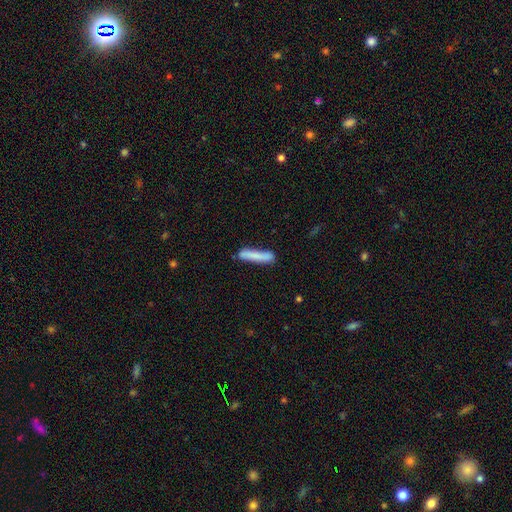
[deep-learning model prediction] A smooth galaxy with no disk features (80%) that is cigar-shaped (91%).

Vote fractions:
- Smooth or featured? smooth: 80% / featured or disk: 14% / star or artifact: 6%
- How rounded? cigar-shaped: 91% / in between: 8% / round: 1%
- Merging? none: 76% / minor disturbance: 17% / major disturbance: 4% / merger: 4%